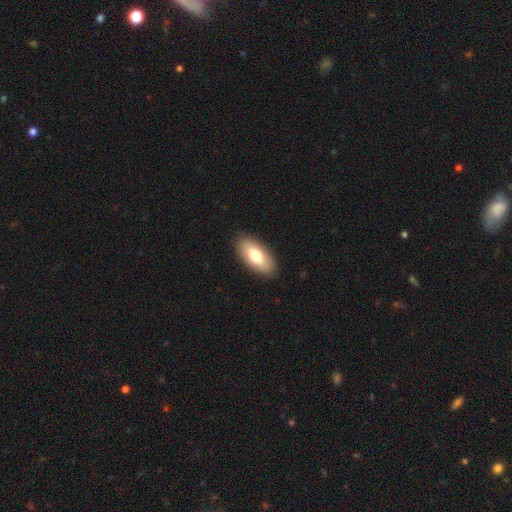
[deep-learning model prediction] smooth 72%, featured or disk 22%, star or artifact 6%. Down the decision tree: how rounded — in between (89%); merging — none (89%).